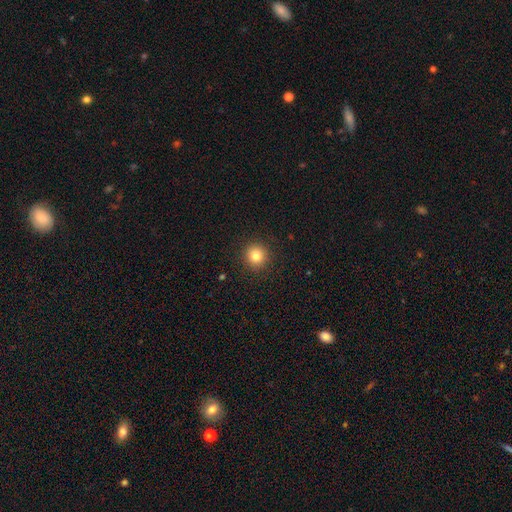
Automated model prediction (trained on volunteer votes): A smooth galaxy with no disk features (82%) that is round (94%).

Vote fractions:
- Smooth or featured? smooth: 82% / star or artifact: 12% / featured or disk: 6%
- How rounded? round: 94% / in between: 5% / cigar-shaped: 1%
- Merging? none: 92% / minor disturbance: 5% / major disturbance: 2% / merger: 1%